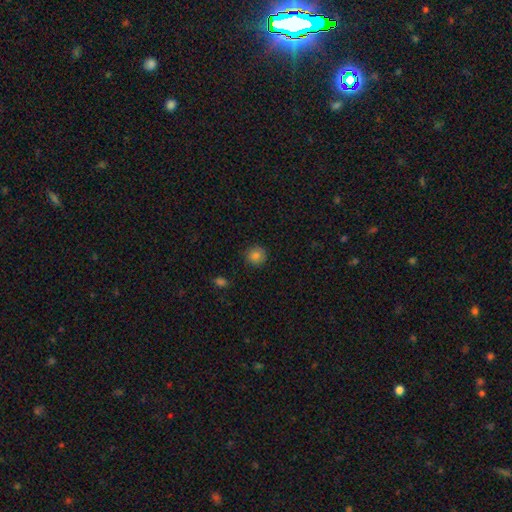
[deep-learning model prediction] This is clearly a smooth galaxy (83%). How rounded: clearly round (92%). Merging: clearly none (89%).